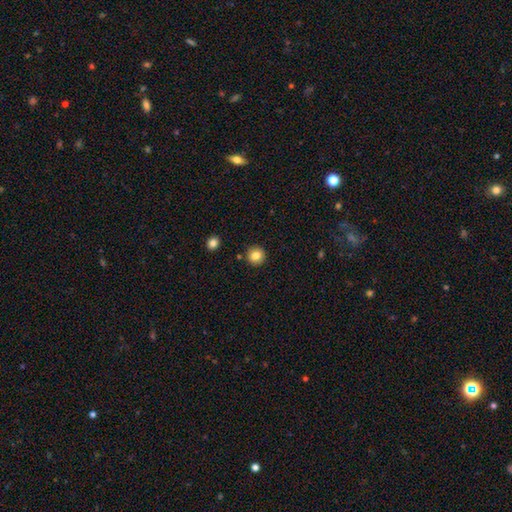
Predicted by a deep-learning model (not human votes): smooth 83%, star or artifact 10%, featured or disk 6%. Down the decision tree: how rounded — round (95%); merging — none (91%).